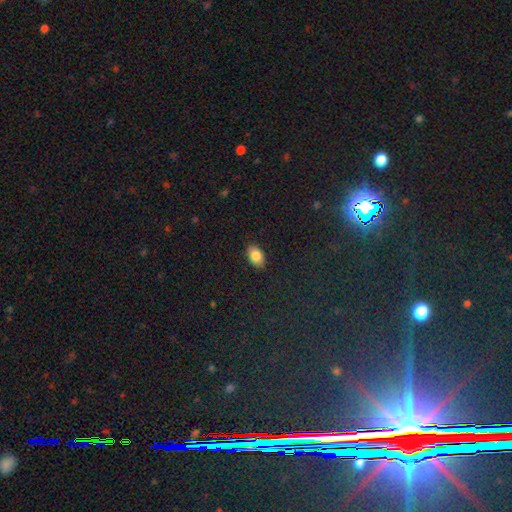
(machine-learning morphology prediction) Smooth or featured? smooth (85%)
How rounded? in between (91%)
Merging? none (87%)